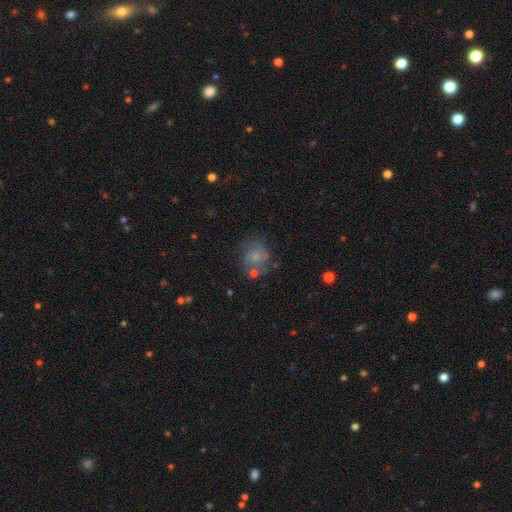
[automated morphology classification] smooth_or_featured: featured or disk (p=0.50) [alt: smooth p=0.40]
disk_edge_on: no (p=0.98) [alt: yes p=0.02]
merging: none (p=0.55) [alt: minor disturbance p=0.21]